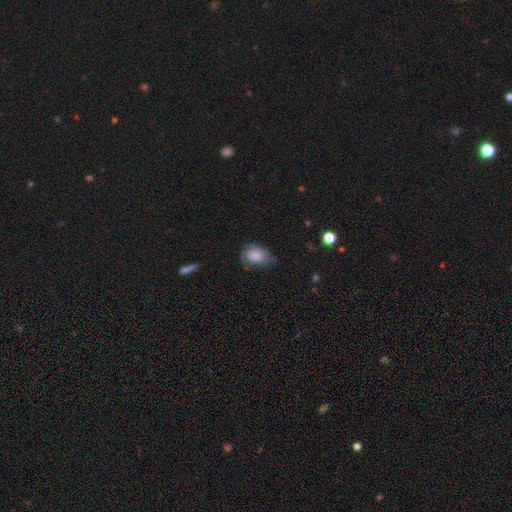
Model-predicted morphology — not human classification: smooth_or_featured: smooth (p=0.70) [alt: featured or disk p=0.23]
how_rounded: in between (p=0.80) [alt: round p=0.19]
merging: none (p=0.47) [alt: minor disturbance p=0.36]